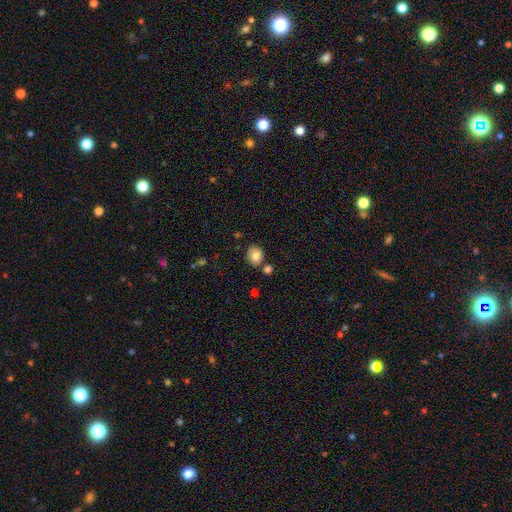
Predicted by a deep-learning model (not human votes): Q: Smooth or featured?
A: smooth (83%); runner-up: star or artifact (9%)
Q: How rounded?
A: round (53%); runner-up: in between (46%)
Q: Merging?
A: none (66%); runner-up: minor disturbance (17%)